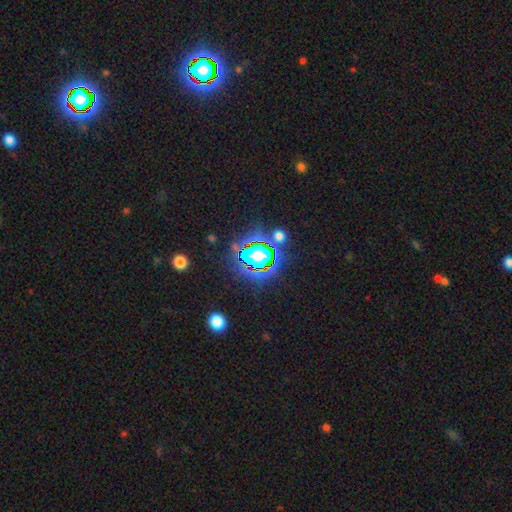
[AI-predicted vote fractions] The model was most divided on "smooth or featured": star or artifact: 69%, smooth: 20%, featured or disk: 11%.